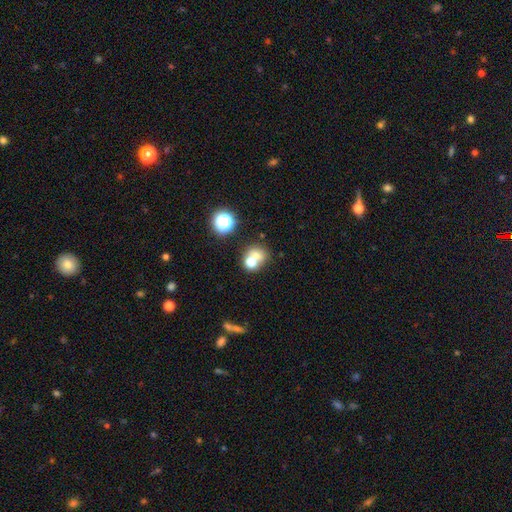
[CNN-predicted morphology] A smooth galaxy with no disk features (67%) that is round (74%).

Vote fractions:
- Smooth or featured? smooth: 67% / featured or disk: 17% / star or artifact: 16%
- How rounded? round: 74% / in between: 25% / cigar-shaped: 1%
- Merging? merger: 49% / none: 39% / minor disturbance: 8% / major disturbance: 4%